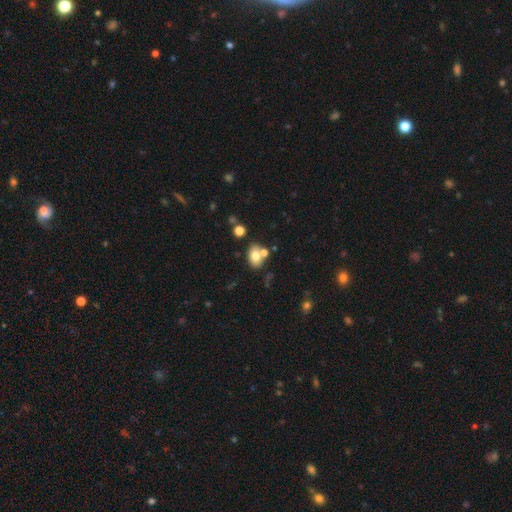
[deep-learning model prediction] This appears to be a smooth galaxy with no disk features (73%) that is in between round and cigar-shaped (77%). Merging: none (58%).